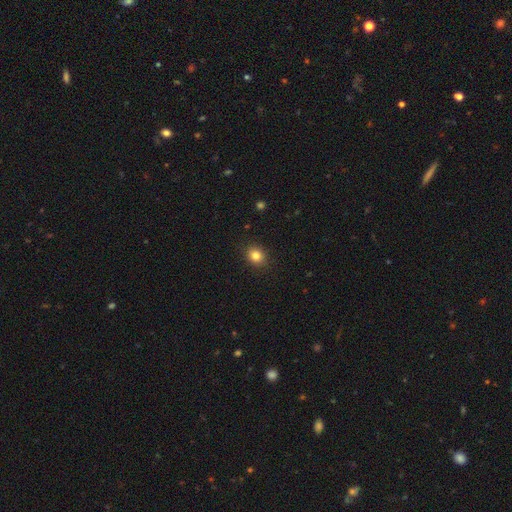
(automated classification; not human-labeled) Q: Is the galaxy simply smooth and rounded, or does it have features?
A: smooth — 83%.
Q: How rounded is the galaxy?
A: round — 65%.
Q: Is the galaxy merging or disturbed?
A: none — 90%.